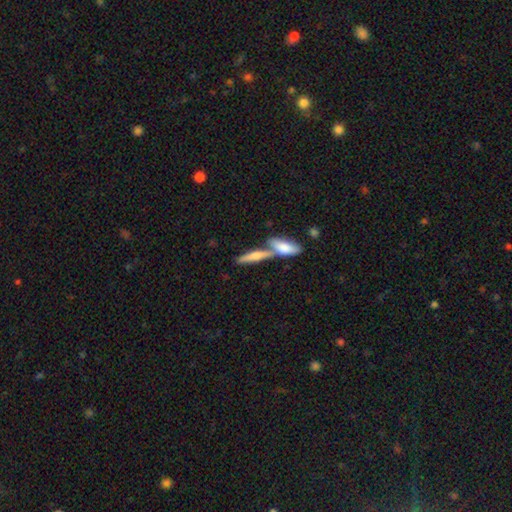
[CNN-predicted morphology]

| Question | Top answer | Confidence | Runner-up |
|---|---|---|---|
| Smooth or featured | smooth | 56% | featured or disk (38%) |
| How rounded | cigar-shaped | 69% | in between (28%) |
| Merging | none | 46% | merger (42%) |